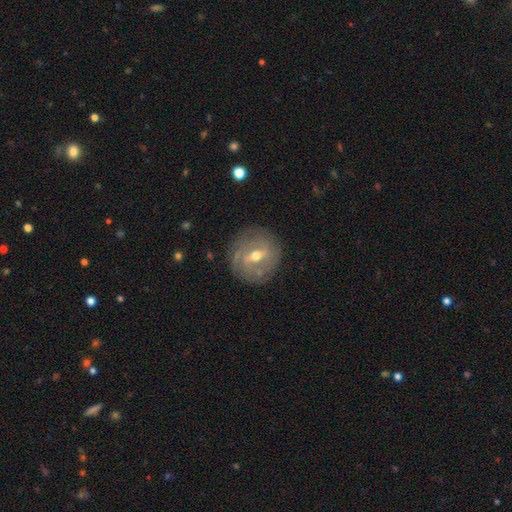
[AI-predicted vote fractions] The model was most divided on "spiral arm count": can't tell: 44%, 2: 30%, 3: 11%, 1: 6%, 4: 5%, more than 4: 4%. More confident: edge-on disk — no (93%); merging — none (81%); spiral arms — yes (74%); smooth or featured — featured or disk (73%); bulge size — moderate (68%); spiral winding — tight (60%); bar — weak (51%).